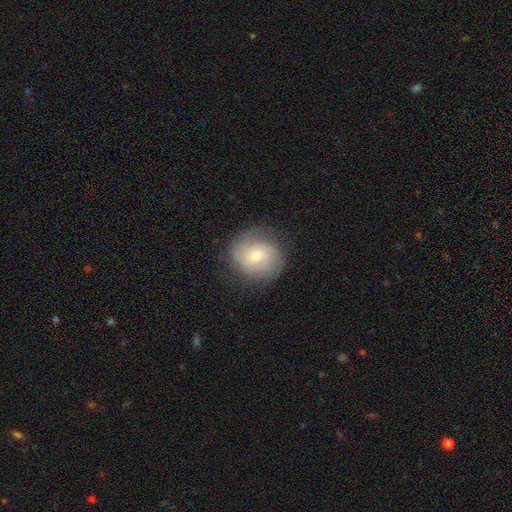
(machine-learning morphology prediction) Q: Smooth or featured?
A: featured or disk (48%); runner-up: smooth (43%)
Q: Merging?
A: none (73%); runner-up: minor disturbance (18%)